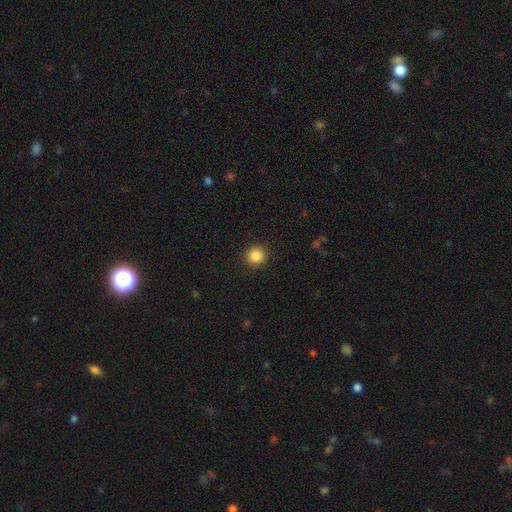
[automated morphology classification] smooth_or_featured: smooth (p=0.86) [alt: star or artifact p=0.10]
how_rounded: round (p=0.93) [alt: in between p=0.06]
merging: none (p=0.91) [alt: minor disturbance p=0.06]